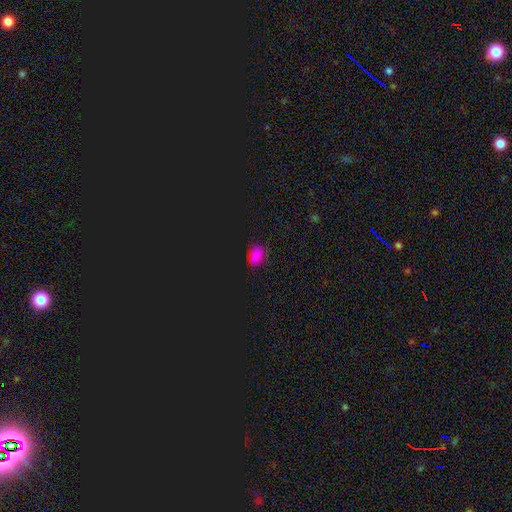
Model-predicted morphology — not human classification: Smooth or featured: smooth — 61% (star or artifact — 34%)
How rounded: in between — 69% (round — 29%)
Merging: none — 80% (minor disturbance — 15%)